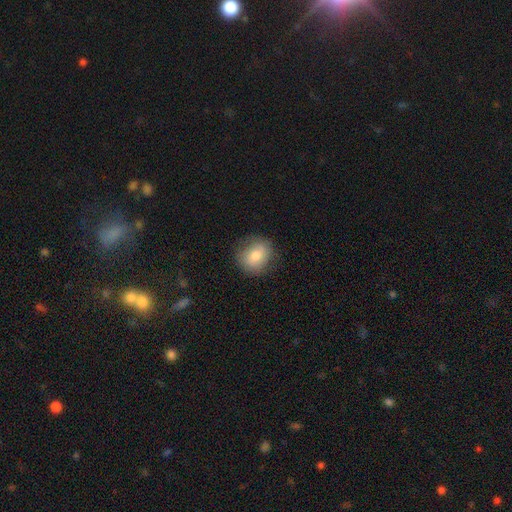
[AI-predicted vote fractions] Morphology: type=smooth (77%); roundness=round (67%); merging=none (81%).